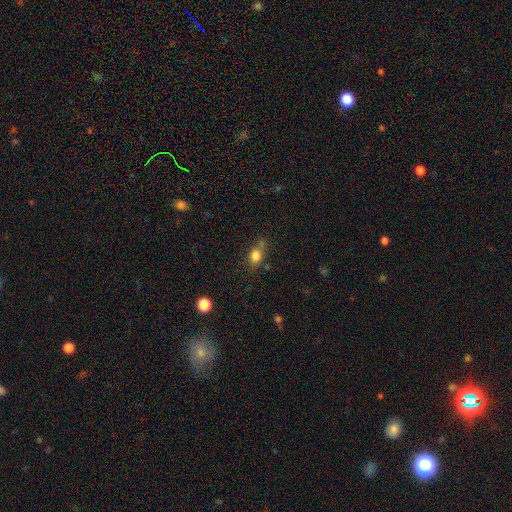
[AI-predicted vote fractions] Morphology: type=smooth (81%); roundness=in between (53%); merging=none (62%).